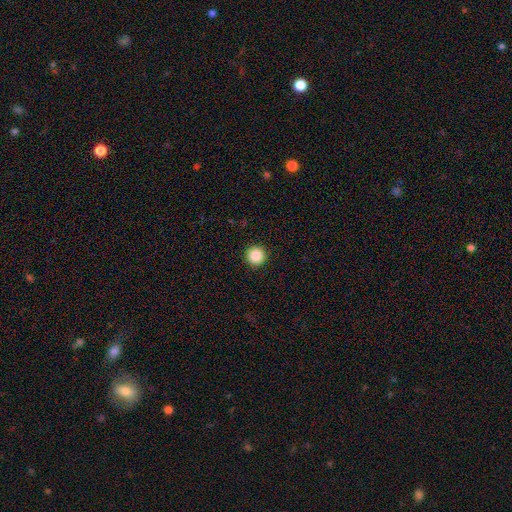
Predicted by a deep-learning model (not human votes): Smooth or featured: smooth — 88% (star or artifact — 9%)
How rounded: round — 96% (in between — 3%)
Merging: none — 93% (minor disturbance — 4%)